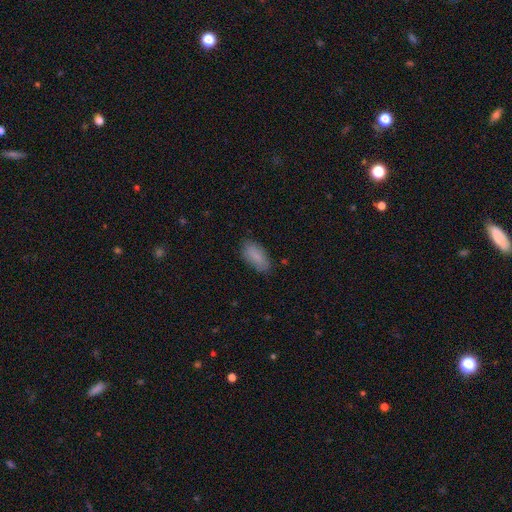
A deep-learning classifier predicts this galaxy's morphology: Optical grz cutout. It shows a smooth galaxy with no disk features (85%) that is in between round and cigar-shaped (87%). Merging: none (81%).